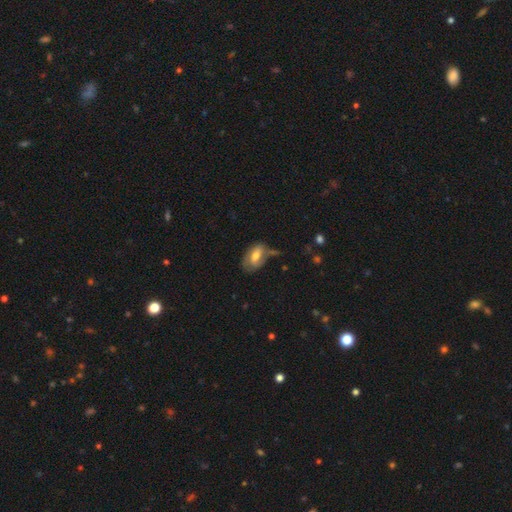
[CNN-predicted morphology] The model was most divided on "merging": none: 47%, minor disturbance: 29%, major disturbance: 15%, merger: 9%. More confident: how rounded — in between (89%); smooth or featured — smooth (57%).